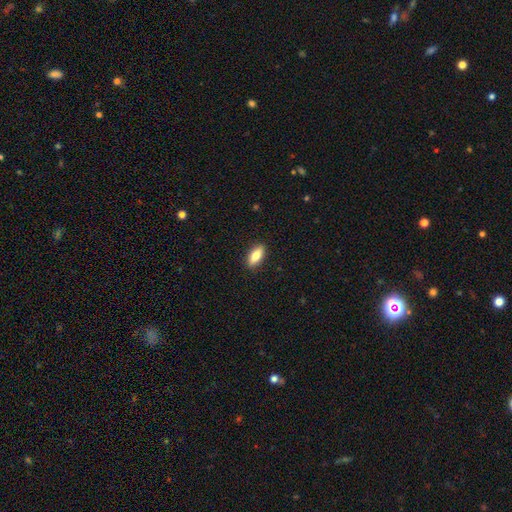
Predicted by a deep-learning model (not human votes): smooth 73%, featured or disk 20%, star or artifact 7%. Down the decision tree: how rounded — in between (76%); merging — none (89%).